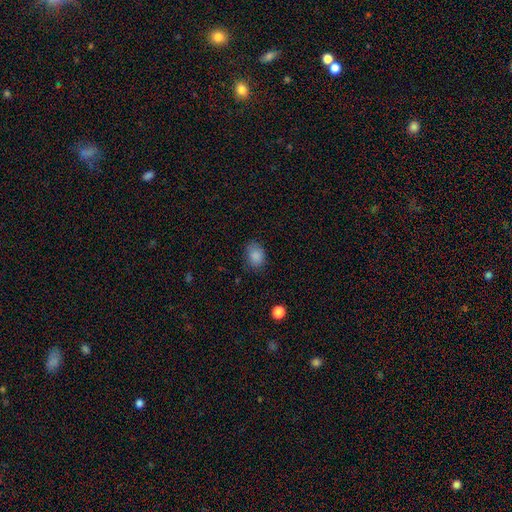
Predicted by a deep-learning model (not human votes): Smooth or featured? Predicted: smooth (p=0.86). How rounded? Predicted: in between (p=0.67). Merging? Predicted: none (p=0.74).